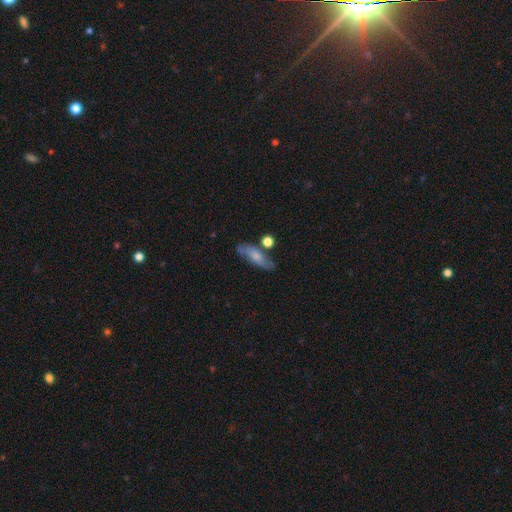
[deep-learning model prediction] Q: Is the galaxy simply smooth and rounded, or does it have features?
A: smooth — 62%.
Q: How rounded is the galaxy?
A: in between — 59%.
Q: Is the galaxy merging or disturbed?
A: none — 62%.